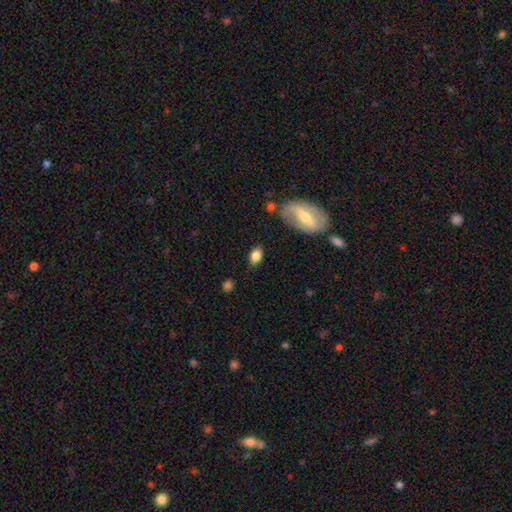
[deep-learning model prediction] Smooth or featured? smooth (77%)
How rounded? in between (83%)
Merging? none (76%)